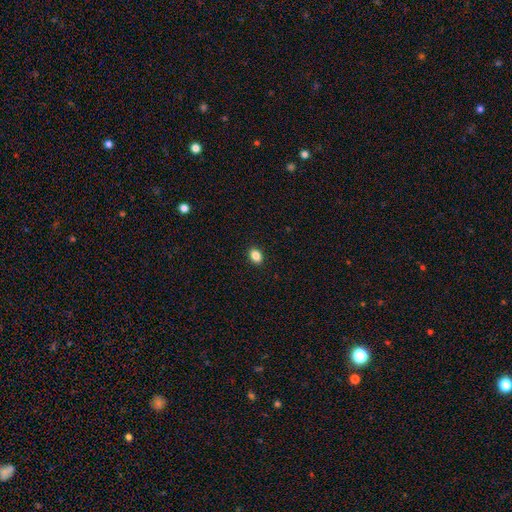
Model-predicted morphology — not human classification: A smooth galaxy with no disk features (86%) that is in between round and cigar-shaped (71%). Merging: none (91%).